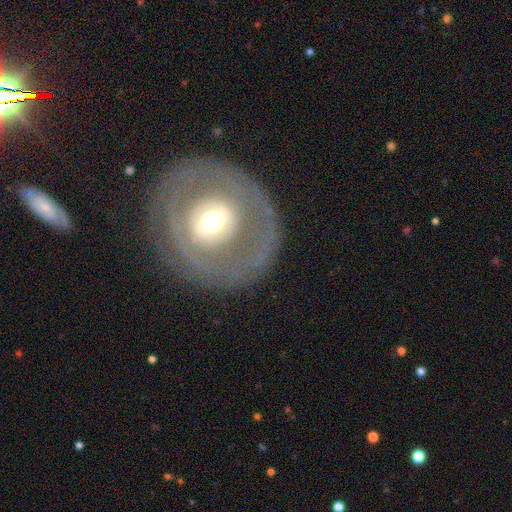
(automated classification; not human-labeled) The model was most divided on "smooth or featured": featured or disk: 63%, smooth: 30%, star or artifact: 7%. More confident: edge-on disk — no (95%); merging — none (77%); spiral arms — no (70%); bar — no (64%); bulge size — moderate (58%).